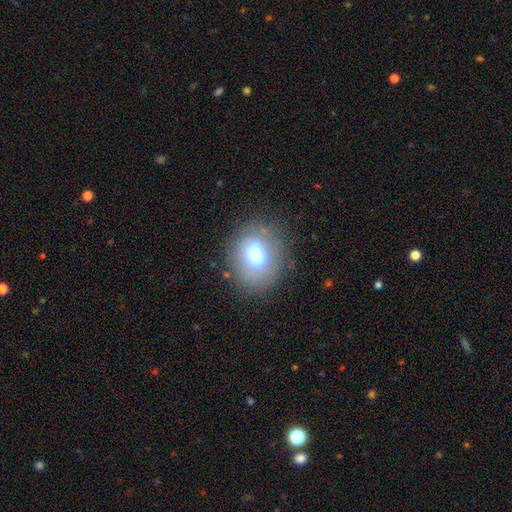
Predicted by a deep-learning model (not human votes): Smooth or featured? smooth (72%)
How rounded? round (59%)
Merging? none (77%)